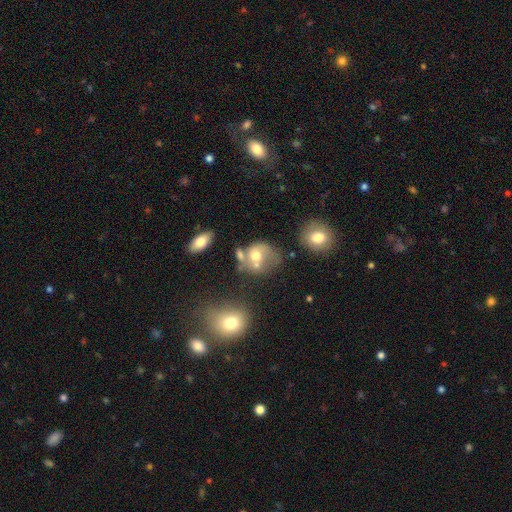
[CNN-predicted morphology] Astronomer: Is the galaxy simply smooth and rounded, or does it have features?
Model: smooth — 51% (runner-up: featured or disk, 37%).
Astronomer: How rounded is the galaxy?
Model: round — 58% (runner-up: in between, 41%).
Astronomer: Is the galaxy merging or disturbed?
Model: merger — 37% (runner-up: none, 30%).